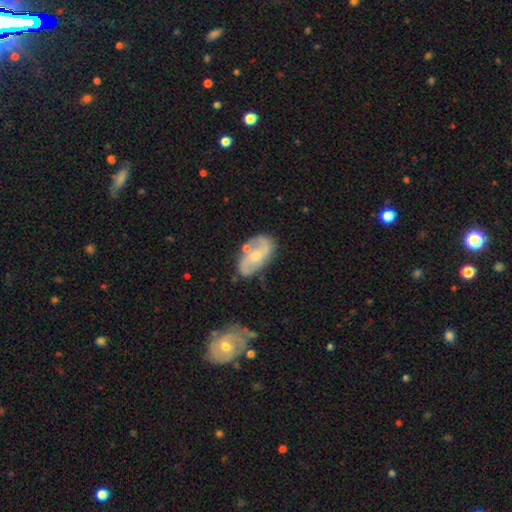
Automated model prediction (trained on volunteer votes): smooth_or_featured: featured or disk (p=0.76) [alt: smooth p=0.18]
disk_edge_on: no (p=0.96) [alt: yes p=0.04]
bar: no (p=0.52) [alt: weak p=0.39]
has_spiral_arms: yes (p=0.91) [alt: no p=0.09]
spiral_winding: medium (p=0.44) [alt: loose p=0.39]
spiral_arm_count: 2 (p=0.87) [alt: can't tell p=0.07]
bulge_size: moderate (p=0.49) [alt: small p=0.43]
merging: none (p=0.66) [alt: minor disturbance p=0.19]